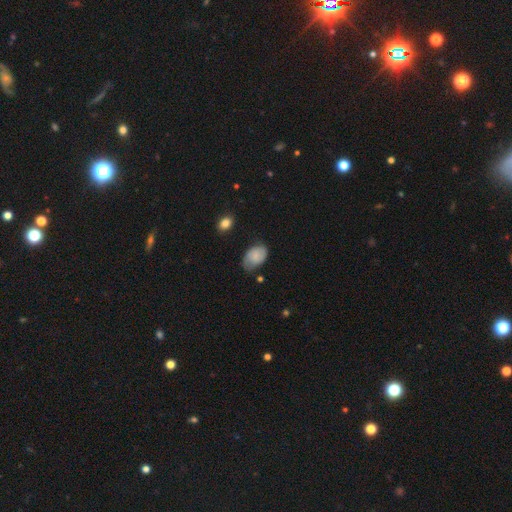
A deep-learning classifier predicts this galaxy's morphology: The model was most divided on "merging": none: 54%, minor disturbance: 34%, major disturbance: 10%, merger: 3%. More confident: how rounded — in between (86%); smooth or featured — smooth (68%).